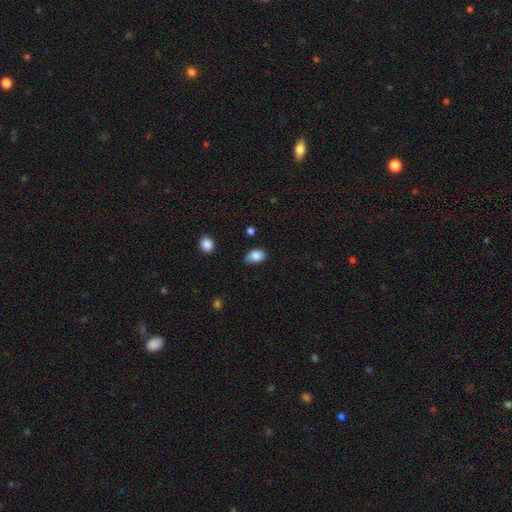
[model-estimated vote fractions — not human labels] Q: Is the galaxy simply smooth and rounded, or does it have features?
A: smooth — 84%.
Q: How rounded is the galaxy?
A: in between — 79%.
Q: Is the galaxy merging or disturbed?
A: none — 48%.